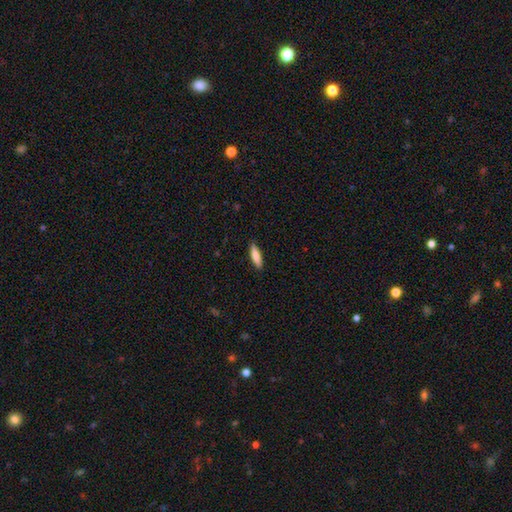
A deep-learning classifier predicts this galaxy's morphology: Smooth or featured? Predicted: smooth (p=0.79). How rounded? Predicted: cigar-shaped (p=0.65). Merging? Predicted: none (p=0.89).